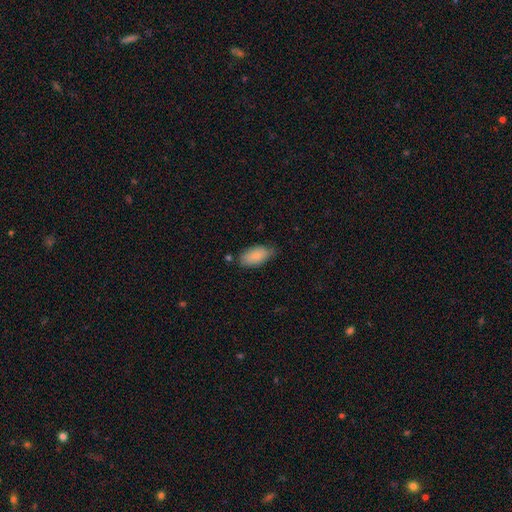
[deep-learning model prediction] smooth 86%, featured or disk 8%, star or artifact 6%. Down the decision tree: how rounded — in between (93%); merging — none (69%).